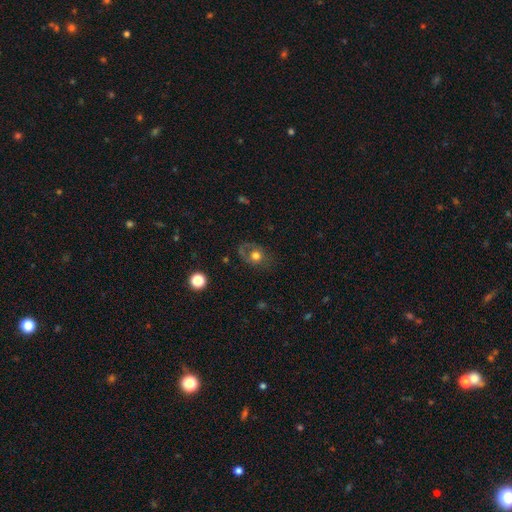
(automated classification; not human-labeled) Smooth or featured: smooth — 57% (featured or disk — 30%)
How rounded: round — 61% (in between — 38%)
Merging: none — 63% (minor disturbance — 20%)